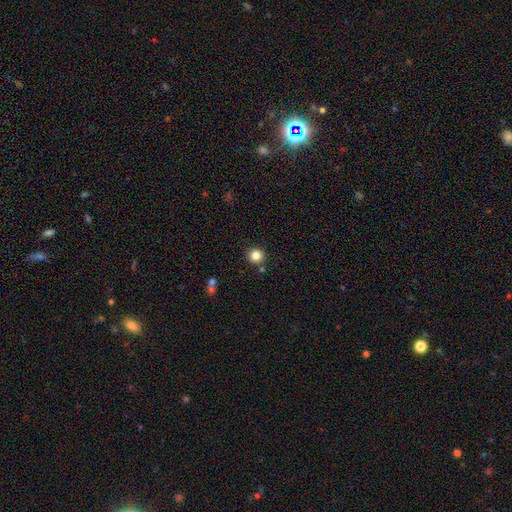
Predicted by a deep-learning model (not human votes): A smooth galaxy with no disk features (83%) that is round (94%). Merging: none (87%).